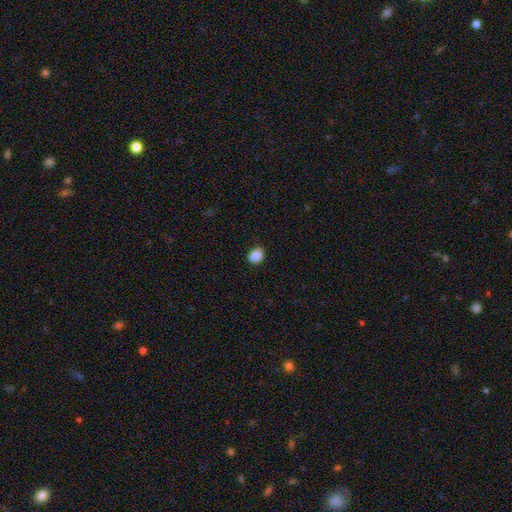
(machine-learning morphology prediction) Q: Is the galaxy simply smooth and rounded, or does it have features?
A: smooth — 88%.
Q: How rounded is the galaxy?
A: round — 53%.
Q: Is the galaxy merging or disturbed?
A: none — 85%.